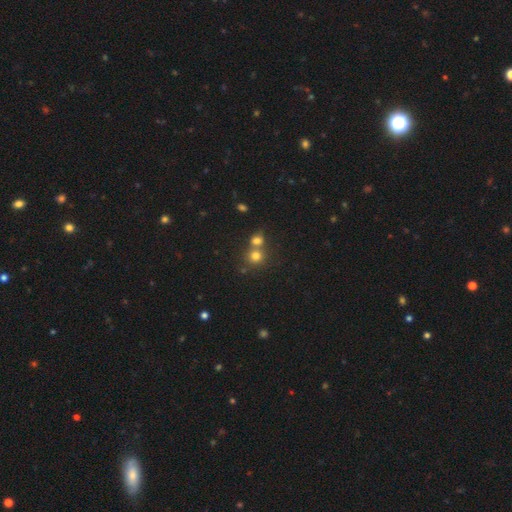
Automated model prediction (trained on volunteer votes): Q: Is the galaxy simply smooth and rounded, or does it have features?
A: smooth — 75%.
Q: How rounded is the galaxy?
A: round — 85%.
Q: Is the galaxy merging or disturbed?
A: none — 46%.